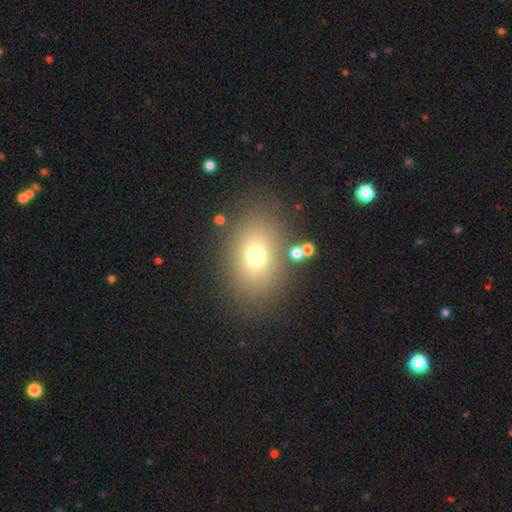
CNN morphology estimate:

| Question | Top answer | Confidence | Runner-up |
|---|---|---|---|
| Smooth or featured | smooth | 70% | star or artifact (16%) |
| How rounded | in between | 66% | round (33%) |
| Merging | none | 81% | minor disturbance (10%) |